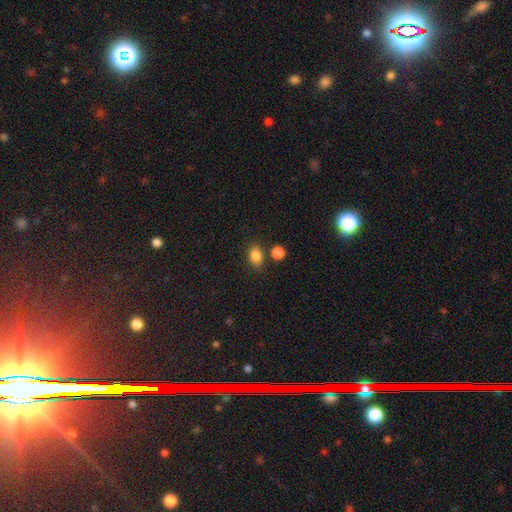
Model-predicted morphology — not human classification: A smooth galaxy with no disk features (85%) that is in between round and cigar-shaped (70%). Merging: none (72%).